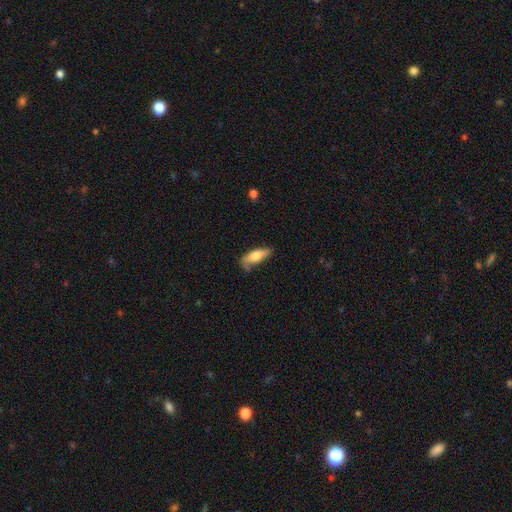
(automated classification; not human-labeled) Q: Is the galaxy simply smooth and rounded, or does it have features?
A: smooth — 70%.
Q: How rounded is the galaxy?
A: in between — 61%.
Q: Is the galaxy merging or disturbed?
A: none — 52%.